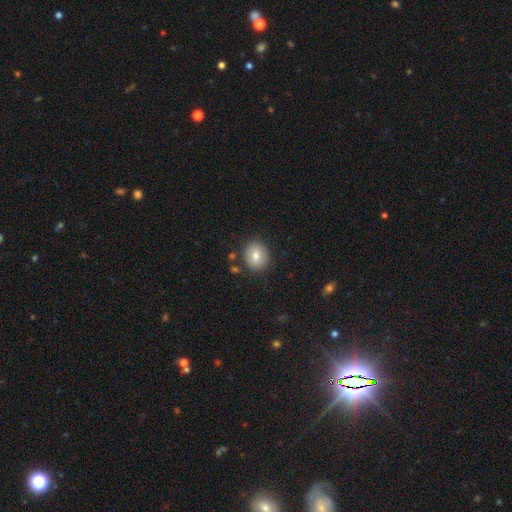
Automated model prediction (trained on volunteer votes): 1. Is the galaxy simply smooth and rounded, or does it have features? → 78% smooth, 13% featured or disk, 9% star or artifact.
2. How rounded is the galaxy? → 70% round, 29% in between, 1% cigar-shaped.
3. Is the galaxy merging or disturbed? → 85% none, 9% minor disturbance, 3% merger, 3% major disturbance.